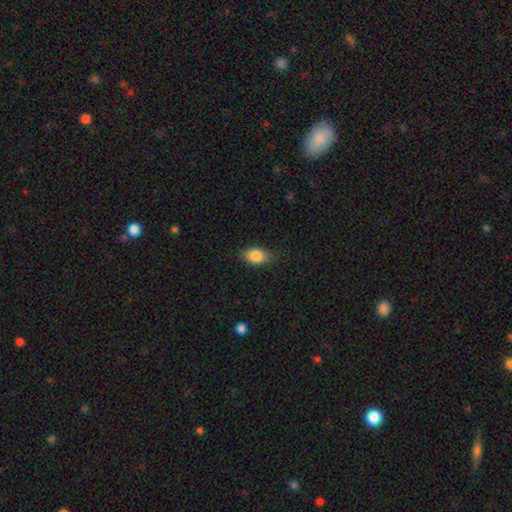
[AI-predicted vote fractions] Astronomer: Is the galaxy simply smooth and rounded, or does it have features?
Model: smooth — 84%.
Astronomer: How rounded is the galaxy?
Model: in between — 83%.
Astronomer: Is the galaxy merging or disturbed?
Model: none — 79%.